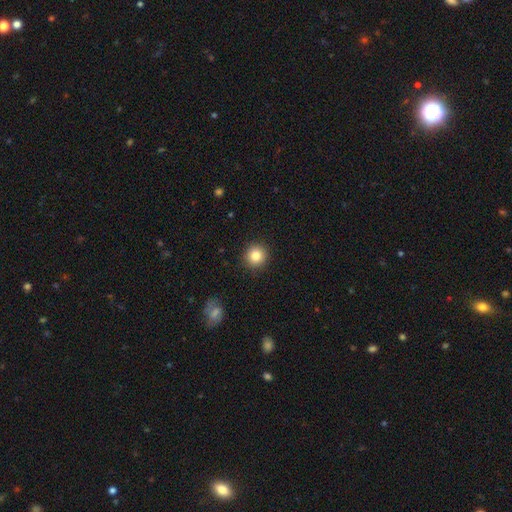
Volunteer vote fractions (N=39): Smooth or featured?
  - smooth: 92% *
  - star or artifact: 8%
  - featured or disk: 0%
How rounded?
  - round: 94% *
  - in between: 3%
  - cigar-shaped: 3%
Merging?
  - none: 89% *
  - minor disturbance: 11%
  - major disturbance: 0%
  - merger: 0%